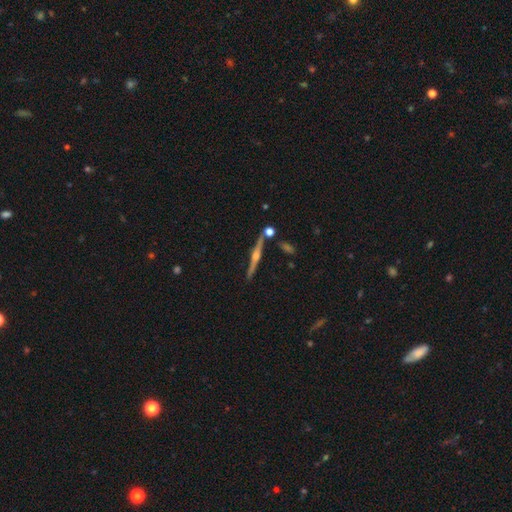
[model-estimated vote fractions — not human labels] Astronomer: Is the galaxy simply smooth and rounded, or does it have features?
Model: featured or disk — 85%.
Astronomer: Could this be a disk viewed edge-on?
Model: yes — 98%.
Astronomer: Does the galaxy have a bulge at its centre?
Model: rounded — 90%.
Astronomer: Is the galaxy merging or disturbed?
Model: none — 83%.